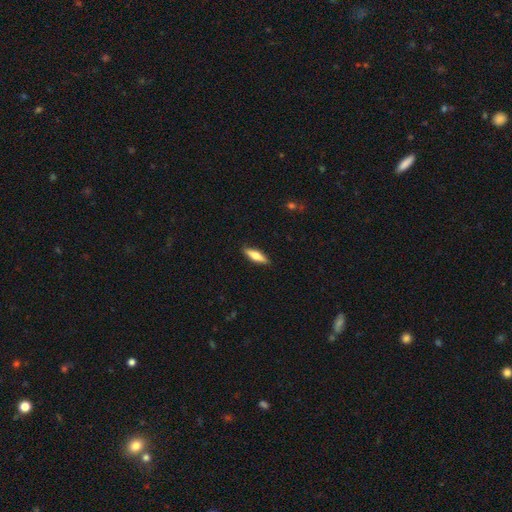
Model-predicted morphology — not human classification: smooth-or-featured: smooth: 52% | featured or disk: 42% | star or artifact: 6%
  how-rounded: cigar-shaped: 64% | in between: 33% | round: 2%
  merging: none: 89% | minor disturbance: 8% | major disturbance: 2% | merger: 1%